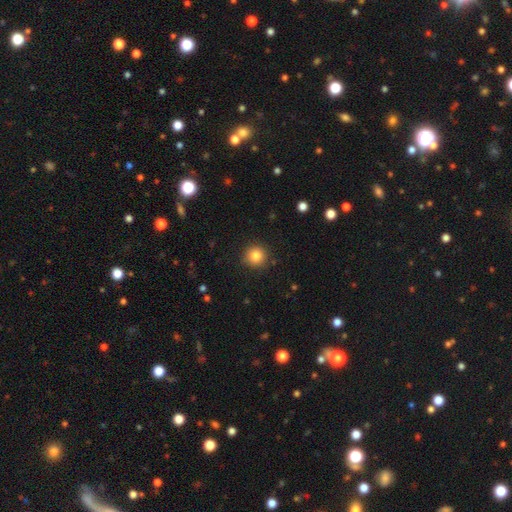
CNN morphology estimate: type=smooth (83%); roundness=round (94%); merging=none (90%).